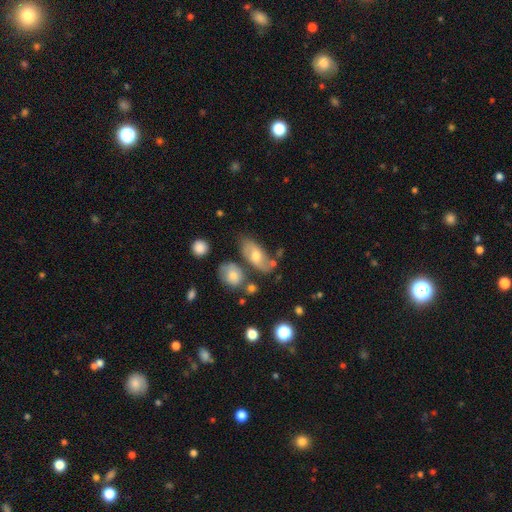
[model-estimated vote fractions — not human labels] The model was most divided on "smooth or featured": smooth: 53%, featured or disk: 38%, star or artifact: 8%. More confident: how rounded — in between (85%); merging — none (54%).